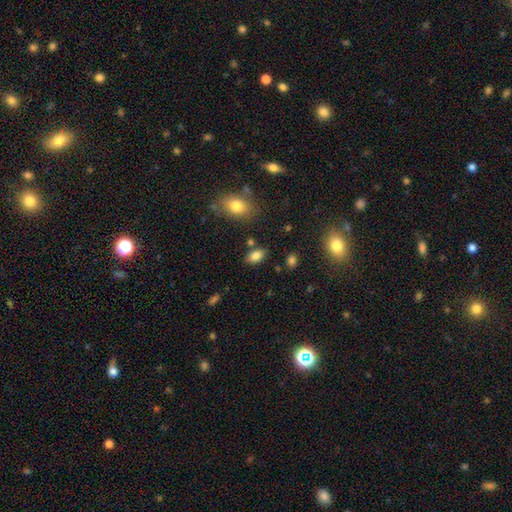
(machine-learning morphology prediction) The model was most divided on "merging": none: 80%, minor disturbance: 12%, merger: 5%, major disturbance: 3%. More confident: how rounded — in between (91%); smooth or featured — smooth (83%).